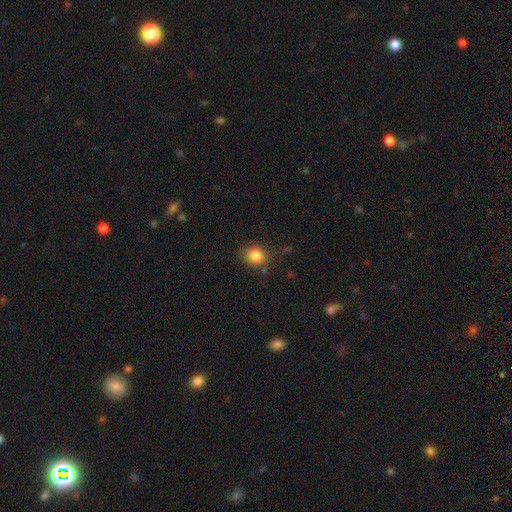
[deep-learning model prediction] smooth 85%, star or artifact 10%, featured or disk 5%. Down the decision tree: how rounded — round (79%); merging — none (78%).